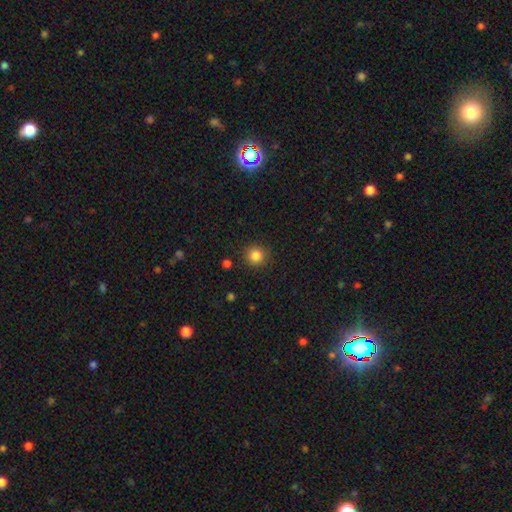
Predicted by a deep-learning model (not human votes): Q: Smooth or featured?
A: smooth (84%); runner-up: star or artifact (12%)
Q: How rounded?
A: round (93%); runner-up: in between (6%)
Q: Merging?
A: none (90%); runner-up: minor disturbance (6%)